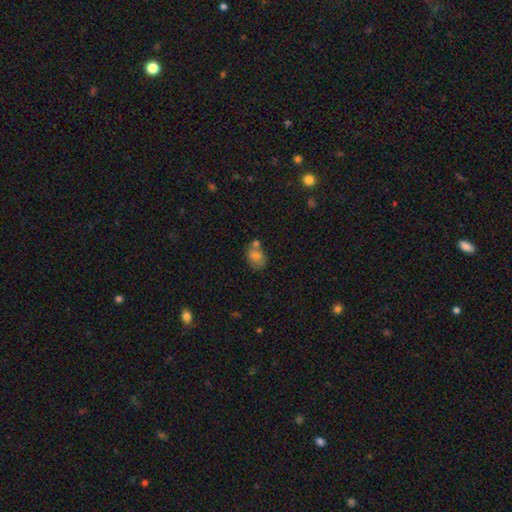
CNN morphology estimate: Smooth or featured? Predicted: smooth (p=0.73). How rounded? Predicted: in between (p=0.59). Merging? Predicted: none (p=0.48).